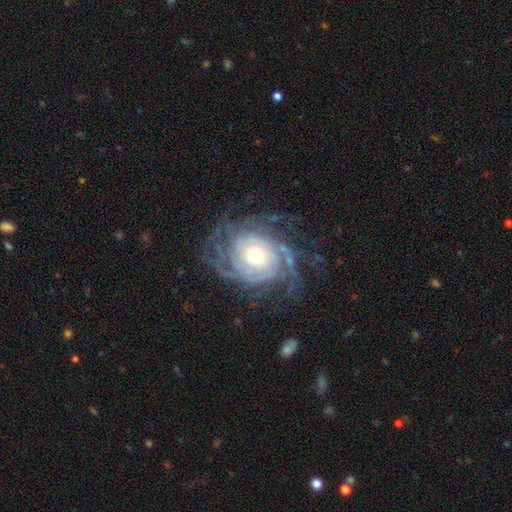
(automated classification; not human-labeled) This is clearly a featured or disk galaxy (89%). It is clearly not viewed edge-on (97%). Bar: likely no (77%). Spiral arm pattern: clearly yes (97%). Spiral arm count: marginally can't tell (29%). Spiral winding: likely tight (69%). Central bulge: possibly moderate (52%). Merging: likely none (66%).